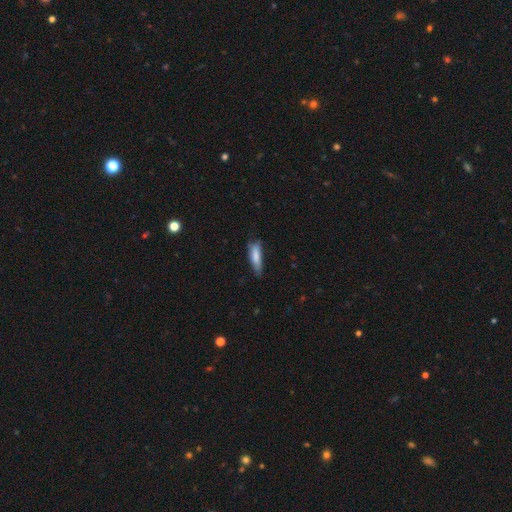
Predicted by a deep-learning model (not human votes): smooth_or_featured: smooth (p=0.78) [alt: featured or disk p=0.15]
how_rounded: cigar-shaped (p=0.60) [alt: in between p=0.39]
merging: none (p=0.49) [alt: minor disturbance p=0.37]